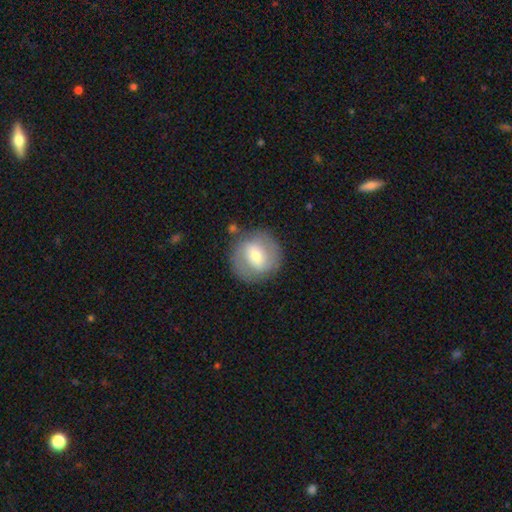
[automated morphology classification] featured or disk 52%, smooth 42%, star or artifact 7%. Down the decision tree: edge-on disk — no (96%); merging — none (80%).